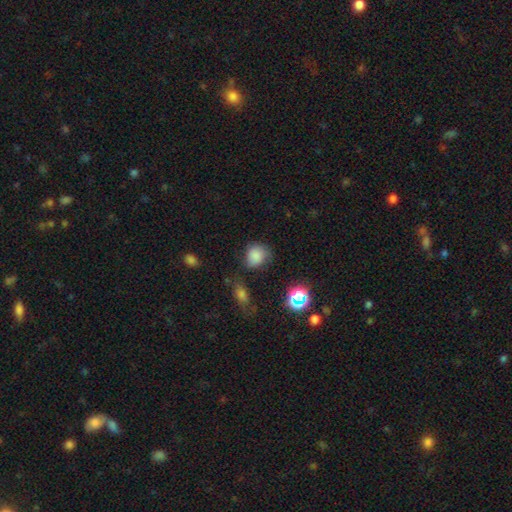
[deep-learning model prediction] smooth-or-featured: smooth: 78% | star or artifact: 14% | featured or disk: 8%
  how-rounded: round: 70% | in between: 29% | cigar-shaped: 1%
  merging: none: 58% | minor disturbance: 28% | major disturbance: 10% | merger: 4%